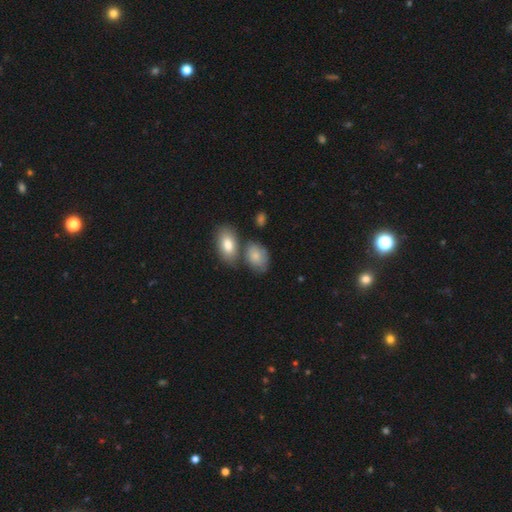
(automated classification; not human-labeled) This appears to be a smooth galaxy with no disk features (77%) that is in between round and cigar-shaped (83%). Merging: none (50%).